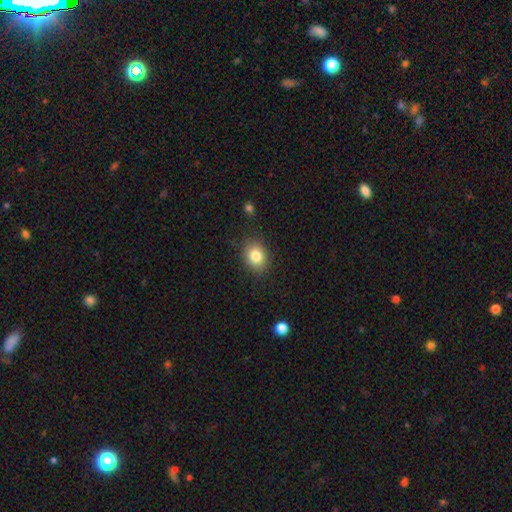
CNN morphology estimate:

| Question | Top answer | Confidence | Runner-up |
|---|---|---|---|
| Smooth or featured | smooth | 82% | star or artifact (10%) |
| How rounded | in between | 54% | round (46%) |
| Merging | none | 85% | minor disturbance (11%) |